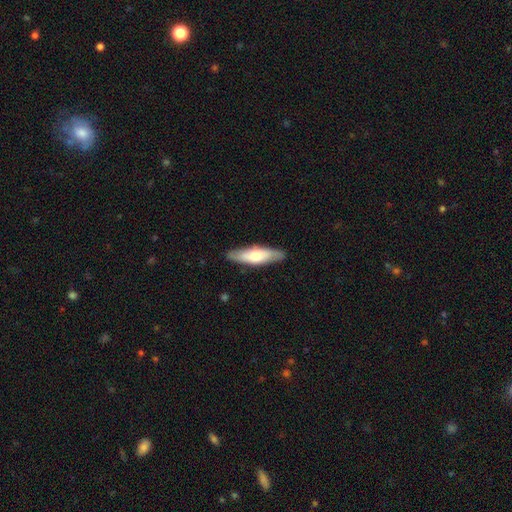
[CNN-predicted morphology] This is possibly a smooth galaxy (56%). How rounded: likely cigar-shaped (62%). Merging: clearly none (86%).